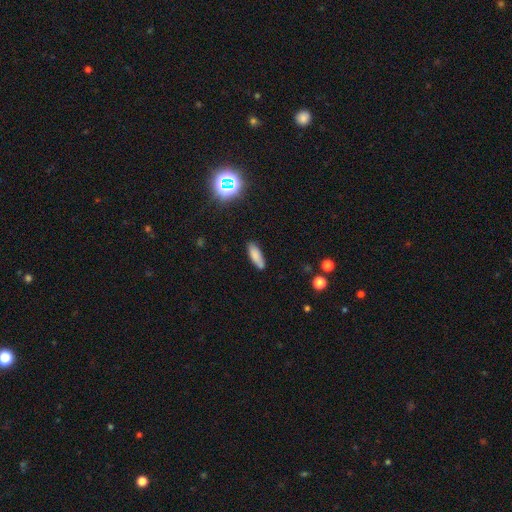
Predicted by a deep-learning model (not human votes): This is clearly a smooth galaxy (80%). How rounded: possibly in between (58%). Merging: likely none (75%).